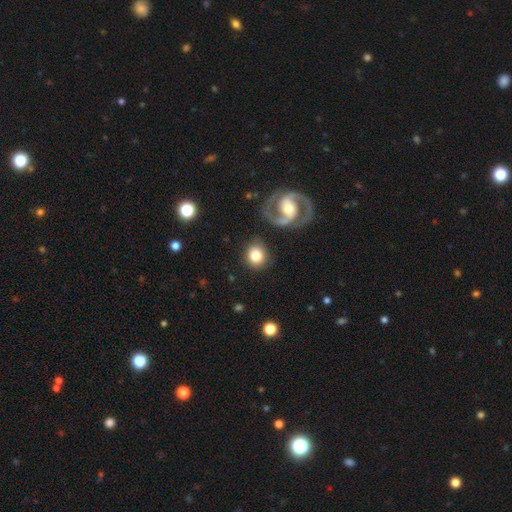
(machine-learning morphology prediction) This is likely a smooth galaxy (75%). How rounded: clearly round (85%). Merging: clearly none (81%).